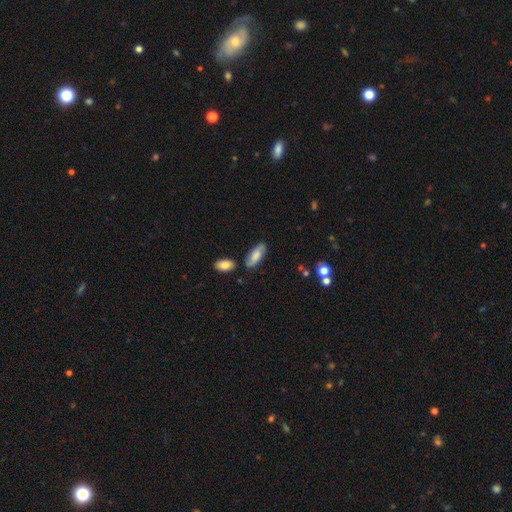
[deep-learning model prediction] smooth-or-featured: smooth: 63% | featured or disk: 30% | star or artifact: 7%
  how-rounded: in between: 79% | cigar-shaped: 18% | round: 3%
  merging: none: 76% | minor disturbance: 15% | merger: 6% | major disturbance: 3%